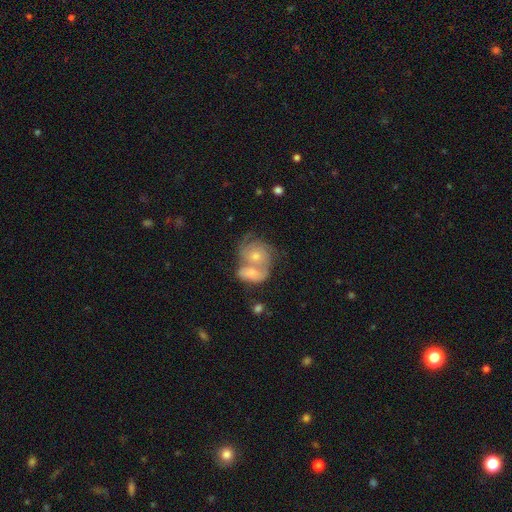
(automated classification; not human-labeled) featured or disk 62%, smooth 32%, star or artifact 7%. Down the decision tree: edge-on disk — no (97%); bar — no (78%); spiral arms — yes (84%); spiral arm count — 2 (33%); spiral winding — tight (50%); bulge size — moderate (48%); merging — merger (65%).